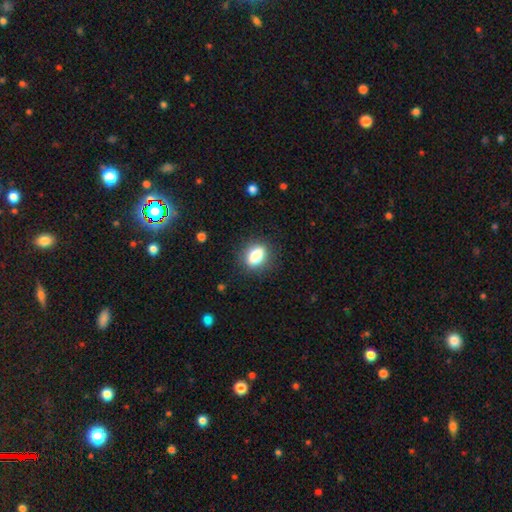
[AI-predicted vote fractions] Smooth or featured? Predicted: smooth (p=0.83). How rounded? Predicted: in between (p=0.75). Merging? Predicted: none (p=0.86).